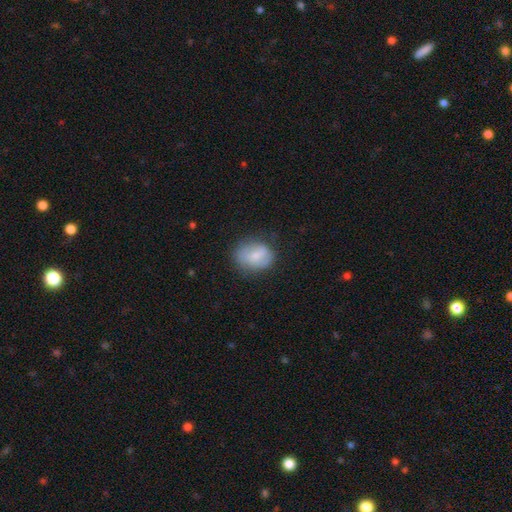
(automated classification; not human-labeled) Smooth or featured? Predicted: smooth (p=0.68). How rounded? Predicted: in between (p=0.51). Merging? Predicted: none (p=0.66).